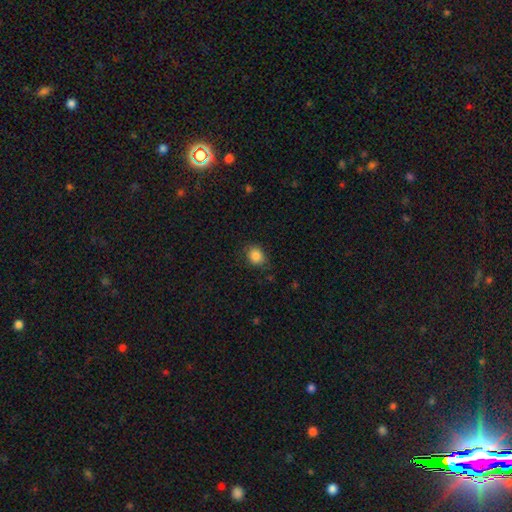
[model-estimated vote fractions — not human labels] smooth_or_featured: smooth (p=0.86) [alt: star or artifact p=0.09]
how_rounded: round (p=0.59) [alt: in between p=0.40]
merging: none (p=0.79) [alt: minor disturbance p=0.16]